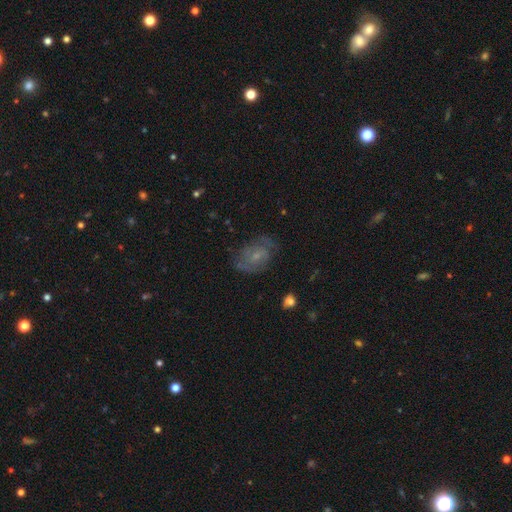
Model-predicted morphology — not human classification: This appears to be a featured or disk galaxy (59%) with no bar (60%), spiral arms (80%) and a small central bulge (62%). Merging: none (67%).